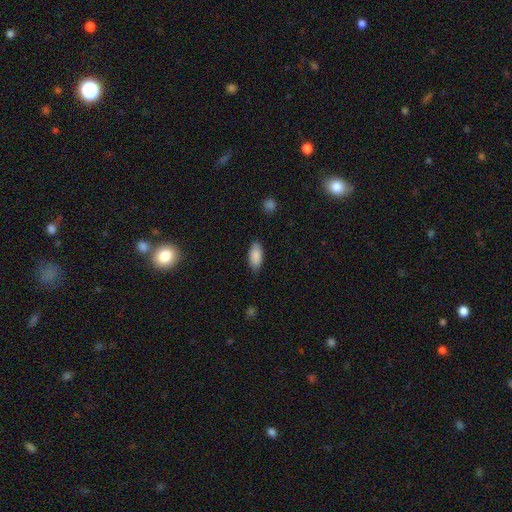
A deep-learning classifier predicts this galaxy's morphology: Smooth or featured? Predicted: smooth (p=0.88). How rounded? Predicted: in between (p=0.90). Merging? Predicted: none (p=0.80).